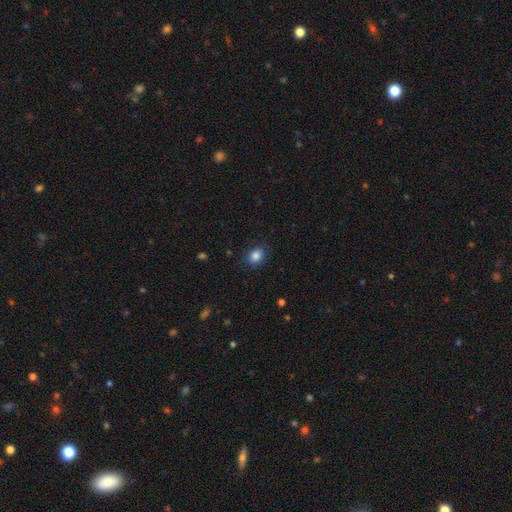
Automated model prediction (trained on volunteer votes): Overall: smooth (85%). How rounded: in between (60%; round 39%). Merging: none (84%).